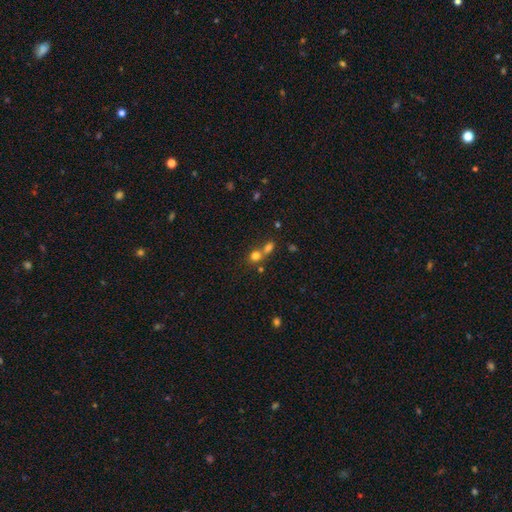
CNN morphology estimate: Smooth or featured? Predicted: smooth (p=0.75). How rounded? Predicted: round (p=0.75). Merging? Predicted: merger (p=0.52).